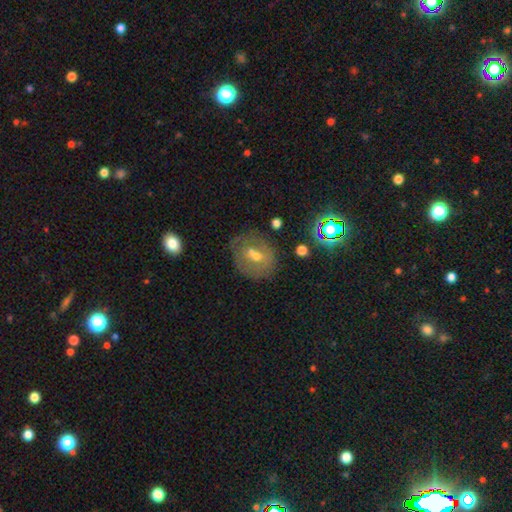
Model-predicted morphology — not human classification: A featured or disk galaxy (52%).

Vote fractions:
- Smooth or featured? featured or disk: 52% / smooth: 31% / star or artifact: 17%
- Edge-on disk? no: 94% / yes: 6%
- Merging? none: 65% / minor disturbance: 18% / major disturbance: 9% / merger: 8%